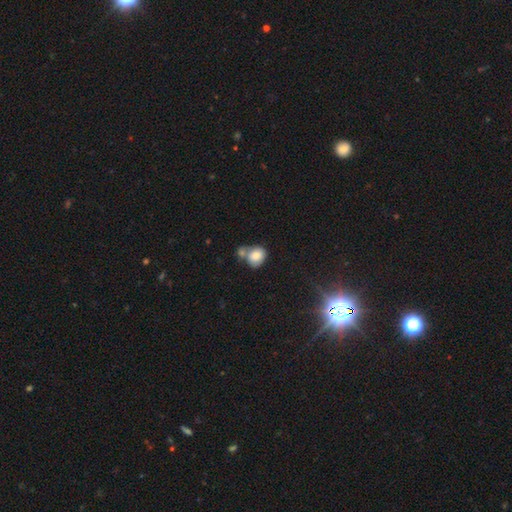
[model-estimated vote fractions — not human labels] Smooth or featured? smooth (81%)
How rounded? round (57%)
Merging? merger (48%)